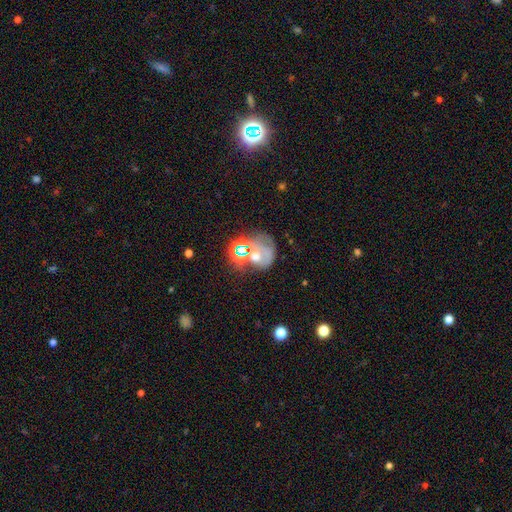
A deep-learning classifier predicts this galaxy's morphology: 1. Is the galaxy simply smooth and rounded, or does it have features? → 40% smooth, 32% featured or disk, 27% star or artifact.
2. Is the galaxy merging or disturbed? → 33% none, 28% merger, 22% major disturbance, 17% minor disturbance.